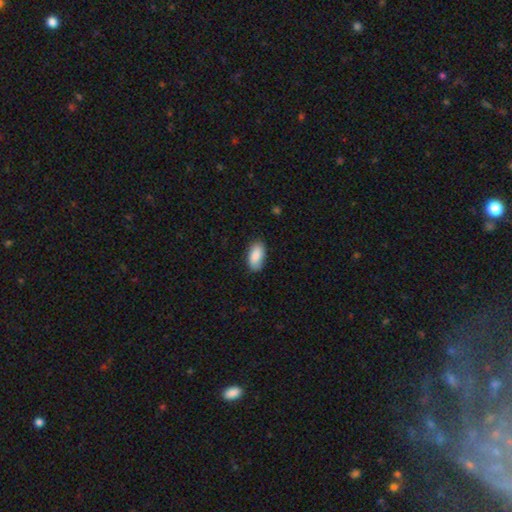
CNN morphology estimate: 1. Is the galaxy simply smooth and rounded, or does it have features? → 88% smooth, 6% star or artifact, 6% featured or disk.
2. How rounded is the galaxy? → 94% in between, 4% cigar-shaped, 3% round.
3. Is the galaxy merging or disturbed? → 82% none, 14% minor disturbance, 2% major disturbance, 1% merger.